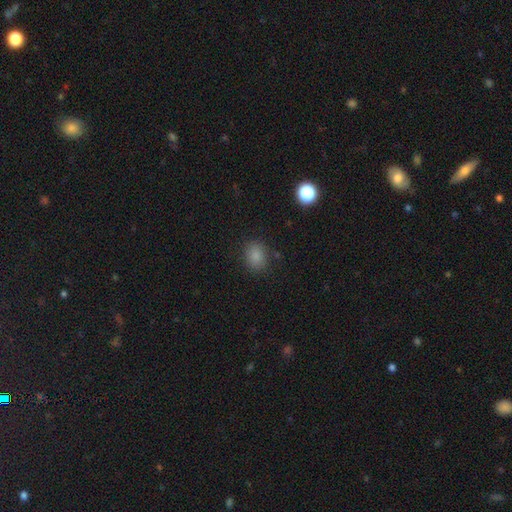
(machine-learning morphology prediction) Smooth or featured? Predicted: smooth (p=0.84). How rounded? Predicted: in between (p=0.52). Merging? Predicted: none (p=0.84).